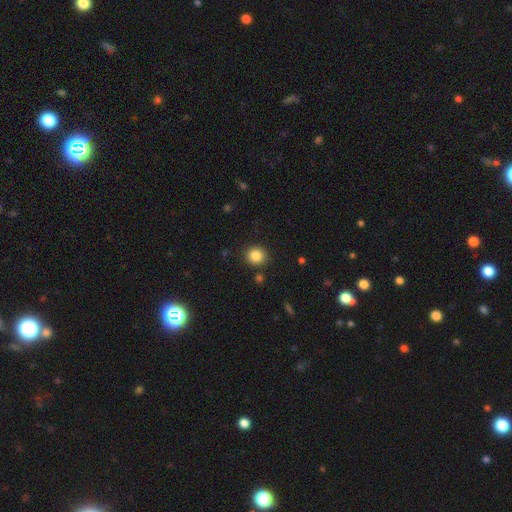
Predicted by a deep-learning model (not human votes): Morphology: type=smooth (85%); roundness=round (86%); merging=none (88%).